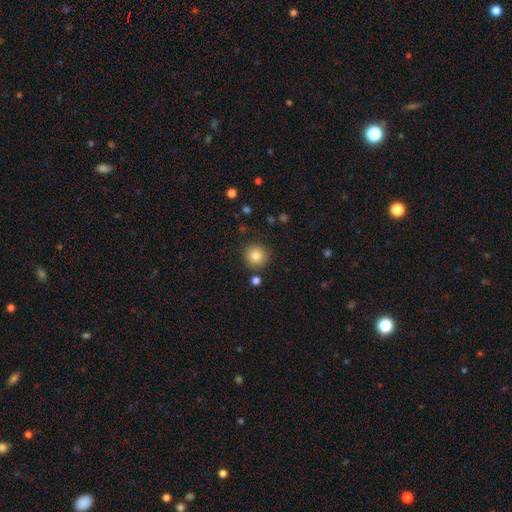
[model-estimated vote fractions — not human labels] A smooth galaxy with no disk features (84%) that is round (94%). Merging: none (88%).